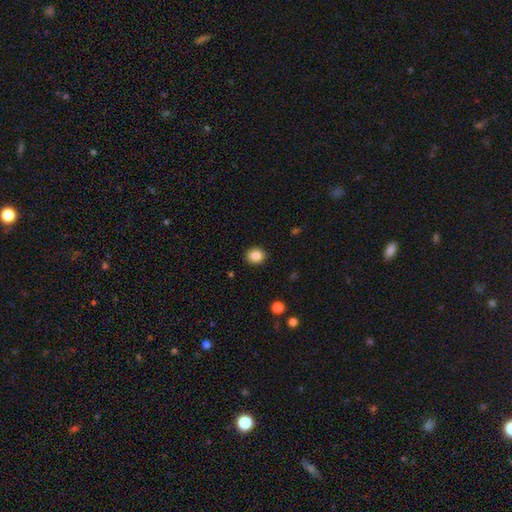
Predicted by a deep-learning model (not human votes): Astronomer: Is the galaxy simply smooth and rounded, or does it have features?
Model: smooth — 86%.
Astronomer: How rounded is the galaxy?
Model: round — 75%.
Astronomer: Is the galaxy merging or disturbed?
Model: none — 91%.